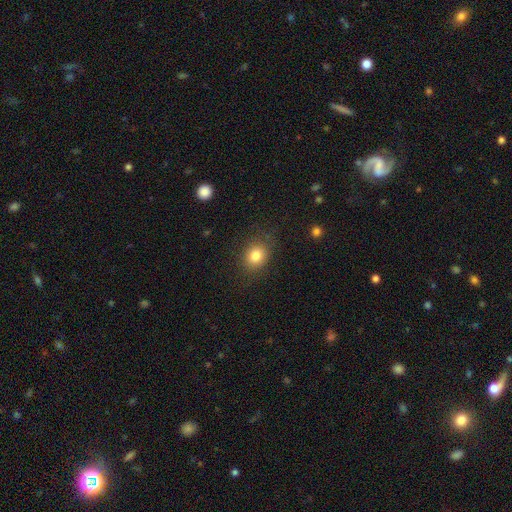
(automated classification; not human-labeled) Smooth or featured?
  - smooth: 81% *
  - star or artifact: 11%
  - featured or disk: 8%
How rounded?
  - round: 63% *
  - in between: 36%
  - cigar-shaped: 1%
Merging?
  - none: 84% *
  - minor disturbance: 11%
  - major disturbance: 4%
  - merger: 1%